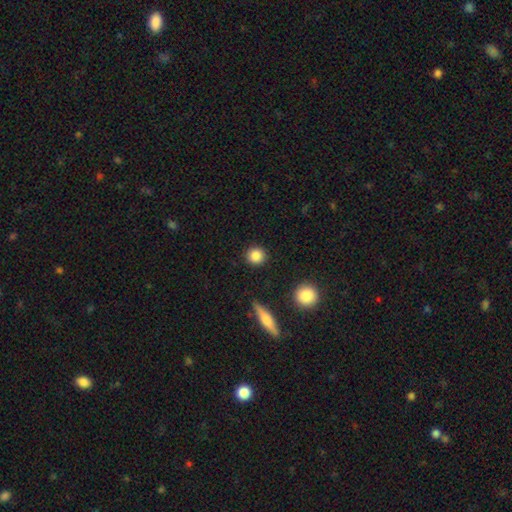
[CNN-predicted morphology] Smooth or featured: smooth — 86% (star or artifact — 9%)
How rounded: round — 91% (in between — 8%)
Merging: none — 90% (minor disturbance — 6%)